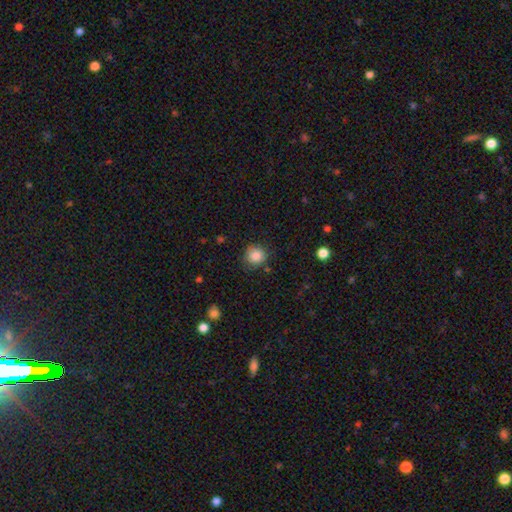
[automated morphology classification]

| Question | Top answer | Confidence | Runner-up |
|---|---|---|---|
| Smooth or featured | smooth | 86% | star or artifact (10%) |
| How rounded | round | 90% | in between (9%) |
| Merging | none | 81% | minor disturbance (13%) |